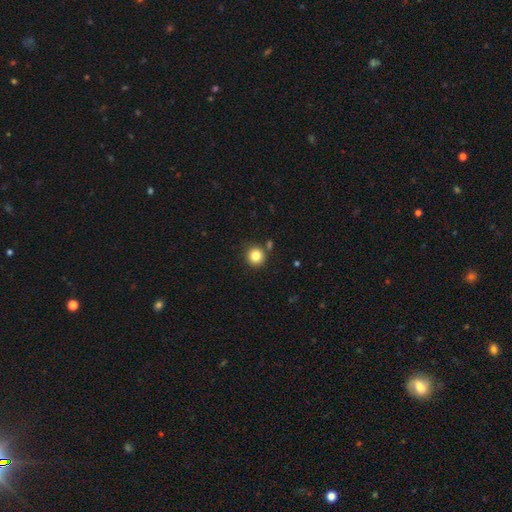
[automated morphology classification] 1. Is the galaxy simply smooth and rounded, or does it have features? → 84% smooth, 11% star or artifact, 6% featured or disk.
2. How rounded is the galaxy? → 92% round, 7% in between, 1% cigar-shaped.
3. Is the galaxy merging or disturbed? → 84% none, 8% minor disturbance, 6% merger, 2% major disturbance.